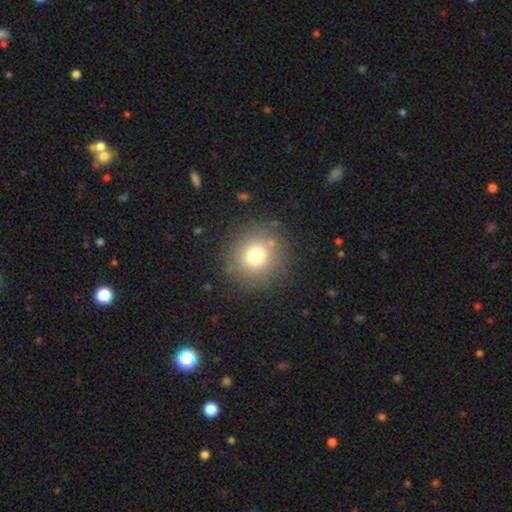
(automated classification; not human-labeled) smooth 73%, star or artifact 15%, featured or disk 12%. Down the decision tree: how rounded — round (93%); merging — none (86%).